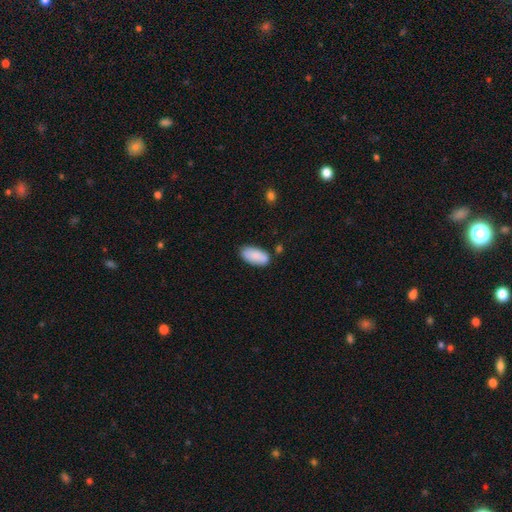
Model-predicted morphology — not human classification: smooth_or_featured: smooth (p=0.88) [alt: star or artifact p=0.06]
how_rounded: in between (p=0.93) [alt: cigar-shaped p=0.05]
merging: none (p=0.75) [alt: minor disturbance p=0.17]